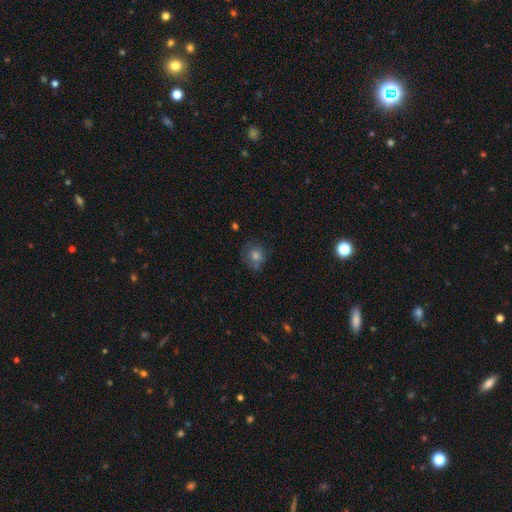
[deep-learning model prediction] This appears to be a smooth galaxy with no disk features (67%) that is round (77%). Merging: none (68%).